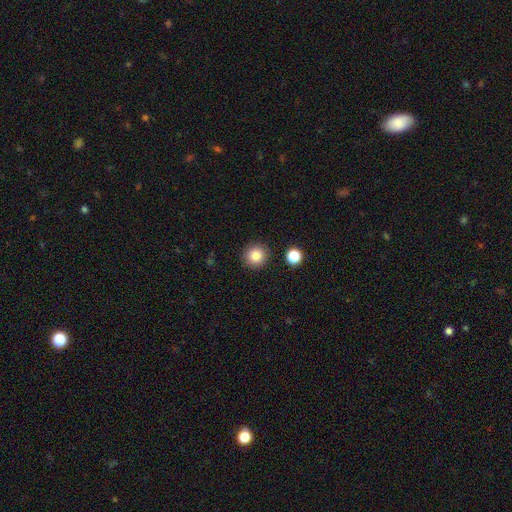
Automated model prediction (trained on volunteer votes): Smooth or featured? Predicted: smooth (p=0.82). How rounded? Predicted: round (p=0.94). Merging? Predicted: none (p=0.90).